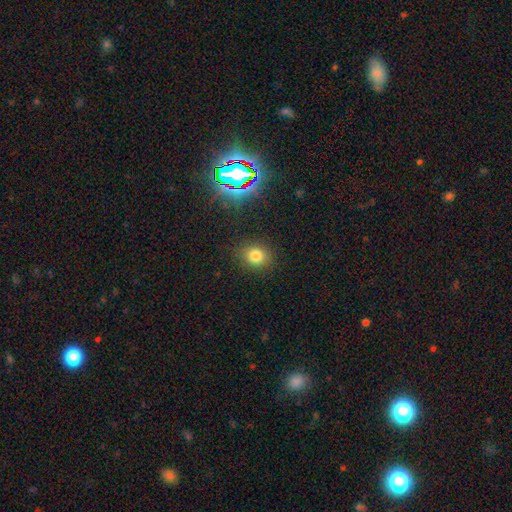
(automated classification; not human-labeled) Q: Smooth or featured?
A: smooth (78%); runner-up: star or artifact (16%)
Q: How rounded?
A: round (73%); runner-up: in between (26%)
Q: Merging?
A: none (86%); runner-up: minor disturbance (9%)